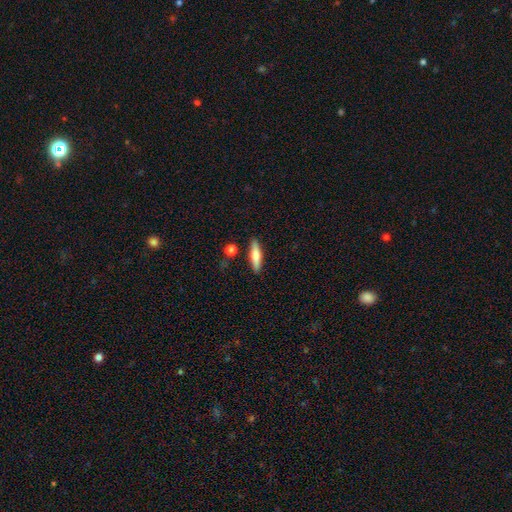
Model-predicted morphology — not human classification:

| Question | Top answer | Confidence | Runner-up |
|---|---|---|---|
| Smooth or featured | smooth | 63% | featured or disk (31%) |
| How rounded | cigar-shaped | 71% | in between (27%) |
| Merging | none | 84% | minor disturbance (10%) |